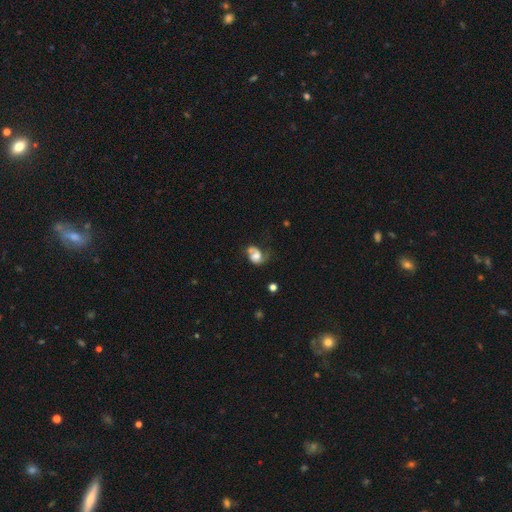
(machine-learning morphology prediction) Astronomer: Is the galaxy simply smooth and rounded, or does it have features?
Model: featured or disk — 48% (runner-up: smooth, 43%).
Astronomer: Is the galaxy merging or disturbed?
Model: major disturbance — 29% (runner-up: none, 28%).